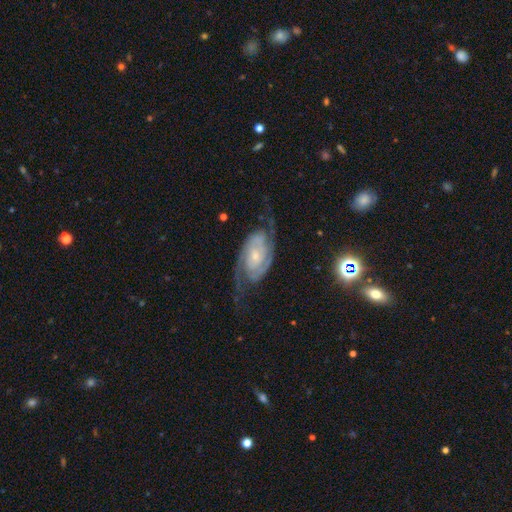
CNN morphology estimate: Q: Smooth or featured?
A: featured or disk (89%); runner-up: smooth (6%)
Q: Edge-on disk?
A: no (96%); runner-up: yes (4%)
Q: Bar?
A: no (62%); runner-up: weak (27%)
Q: Spiral arms?
A: yes (98%); runner-up: no (2%)
Q: Spiral winding?
A: tight (48%); runner-up: medium (40%)
Q: Spiral arm count?
A: 2 (87%); runner-up: can't tell (5%)
Q: Bulge size?
A: small (73%); runner-up: moderate (20%)
Q: Merging?
A: none (70%); runner-up: minor disturbance (16%)